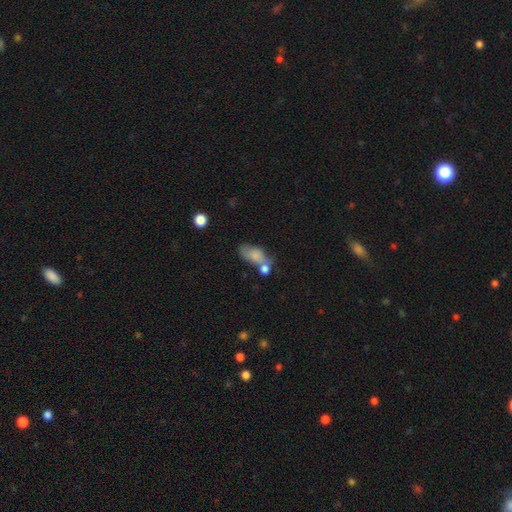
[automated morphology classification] Smooth or featured? smooth (74%)
How rounded? in between (86%)
Merging? merger (38%)